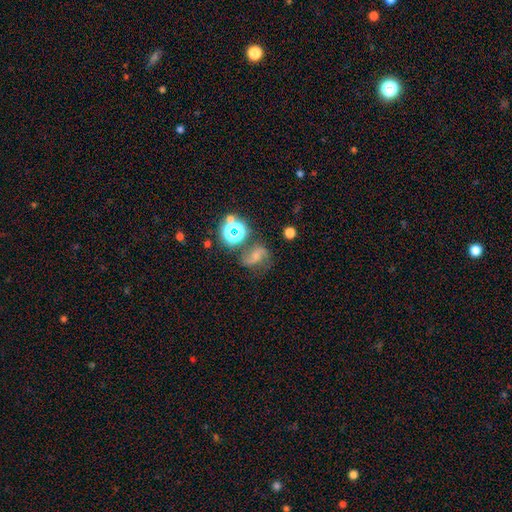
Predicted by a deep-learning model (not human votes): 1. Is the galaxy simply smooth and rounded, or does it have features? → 55% featured or disk, 25% smooth, 20% star or artifact.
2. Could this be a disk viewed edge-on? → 97% no, 3% yes.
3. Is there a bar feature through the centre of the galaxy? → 40% no, 38% weak, 22% strong.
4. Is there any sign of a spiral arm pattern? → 90% yes, 10% no.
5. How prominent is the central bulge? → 35% small, 27% moderate, 26% none, 9% large, 3% dominant.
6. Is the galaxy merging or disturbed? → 58% none, 20% minor disturbance, 14% major disturbance, 7% merger.